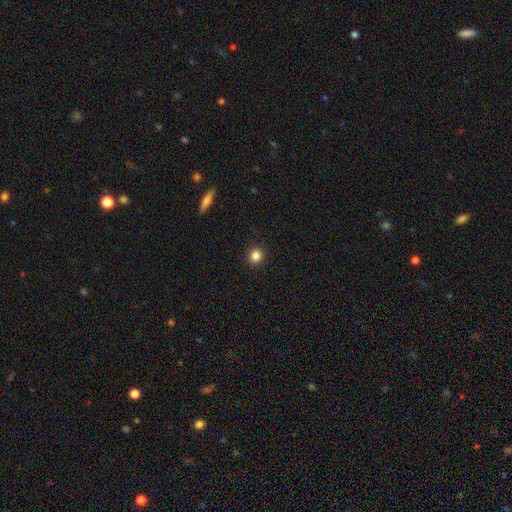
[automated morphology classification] smooth_or_featured: smooth (p=0.85) [alt: star or artifact p=0.11]
how_rounded: round (p=0.91) [alt: in between p=0.08]
merging: none (p=0.92) [alt: minor disturbance p=0.05]